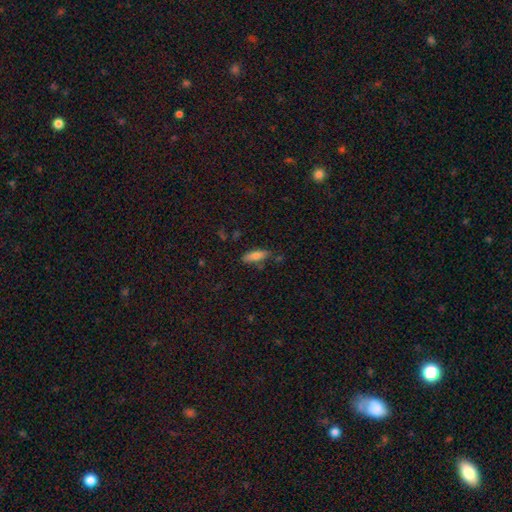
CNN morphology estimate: Smooth or featured? Predicted: smooth (p=0.79). How rounded? Predicted: in between (p=0.62). Merging? Predicted: none (p=0.74).